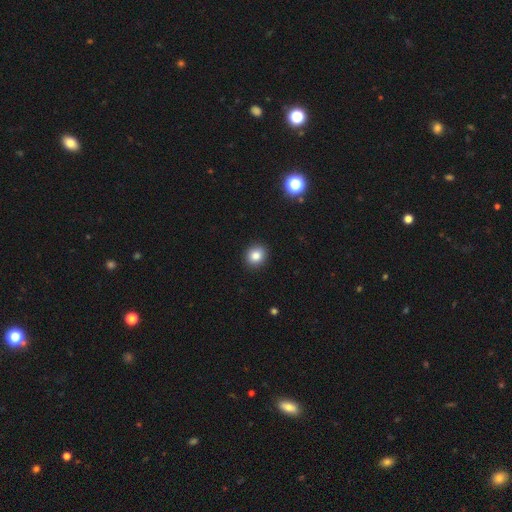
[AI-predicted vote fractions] Morphology: type=smooth (84%); roundness=round (76%); merging=none (92%).